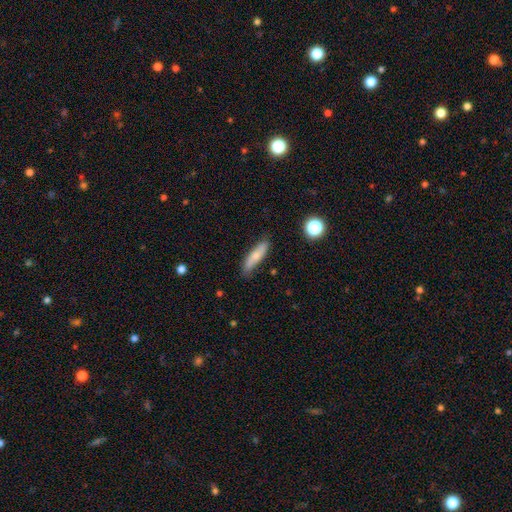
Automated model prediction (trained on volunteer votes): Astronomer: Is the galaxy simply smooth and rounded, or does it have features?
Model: smooth — 66%.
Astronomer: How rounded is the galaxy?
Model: cigar-shaped — 65%.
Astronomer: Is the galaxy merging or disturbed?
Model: none — 77%.